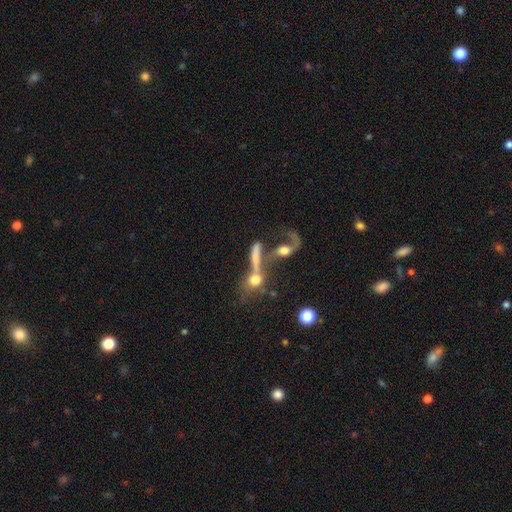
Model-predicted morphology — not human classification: Smooth or featured? smooth (46%)
Merging? merger (56%)